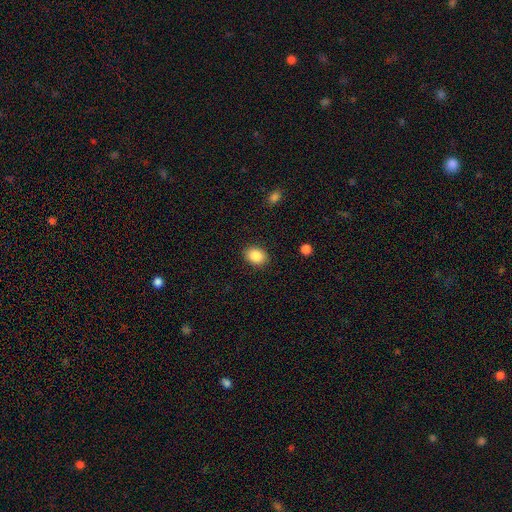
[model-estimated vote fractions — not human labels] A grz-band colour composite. It shows a smooth galaxy with no disk features (88%) that is in between round and cigar-shaped (66%). Merging: none (88%).